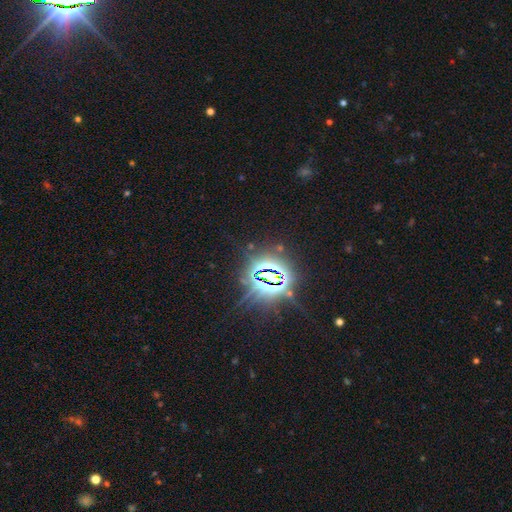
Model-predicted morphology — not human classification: smooth-or-featured: star or artifact: 86% | smooth: 8% | featured or disk: 7%